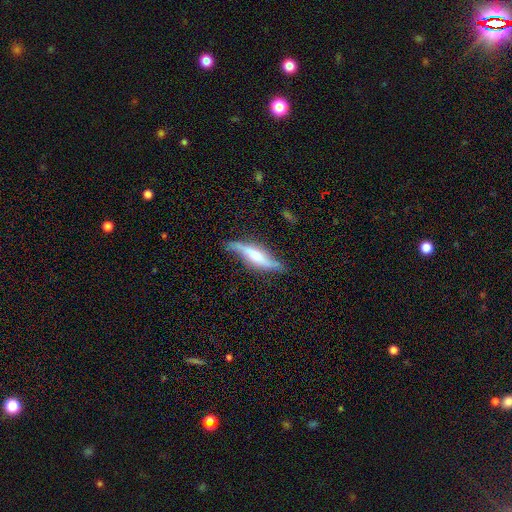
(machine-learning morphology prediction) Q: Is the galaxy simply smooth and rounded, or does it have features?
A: featured or disk — 63%.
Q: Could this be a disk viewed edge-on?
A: yes — 64%.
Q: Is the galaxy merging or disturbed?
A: none — 63%.